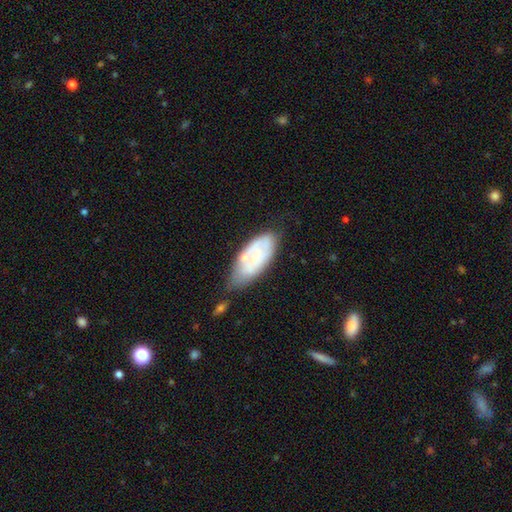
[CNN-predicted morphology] Smooth or featured? Predicted: smooth (p=0.48). Merging? Predicted: none (p=0.51).